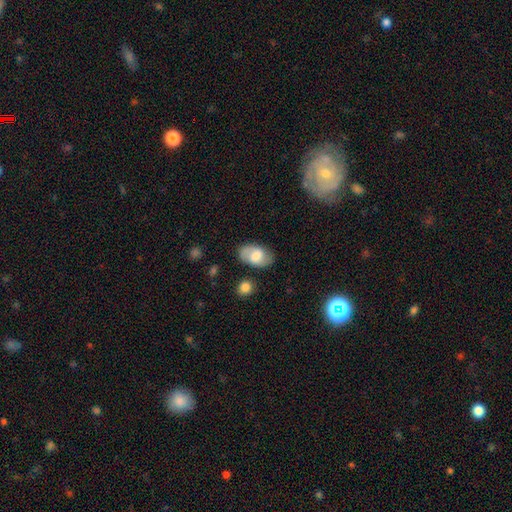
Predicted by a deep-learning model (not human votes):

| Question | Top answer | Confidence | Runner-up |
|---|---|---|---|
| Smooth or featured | smooth | 57% | featured or disk (36%) |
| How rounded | in between | 91% | round (7%) |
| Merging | none | 77% | minor disturbance (16%) |